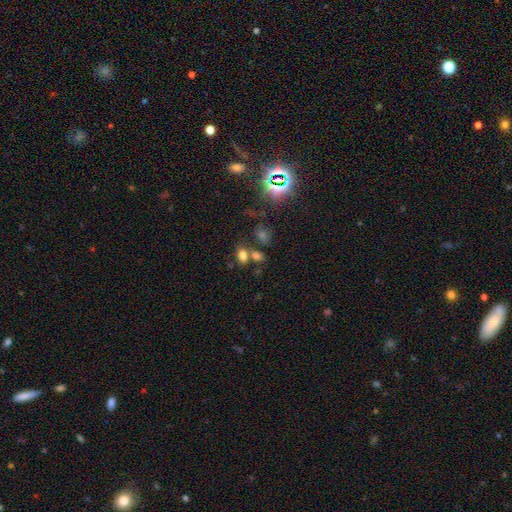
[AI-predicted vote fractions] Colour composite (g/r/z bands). It shows a smooth galaxy with no disk features (56%) that is in between round and cigar-shaped (72%). Merging: none (54%).